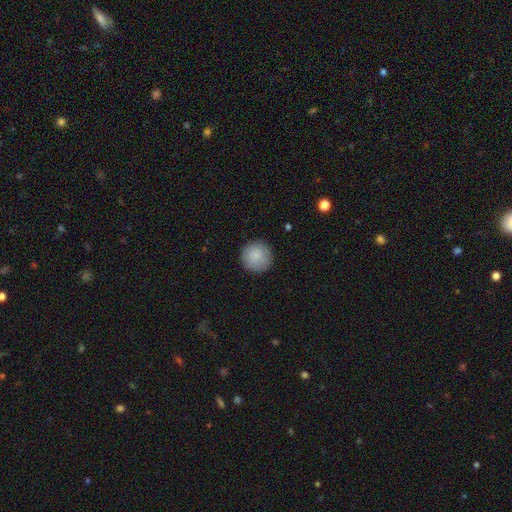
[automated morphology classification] type=smooth (87%); roundness=round (95%); merging=none (89%).